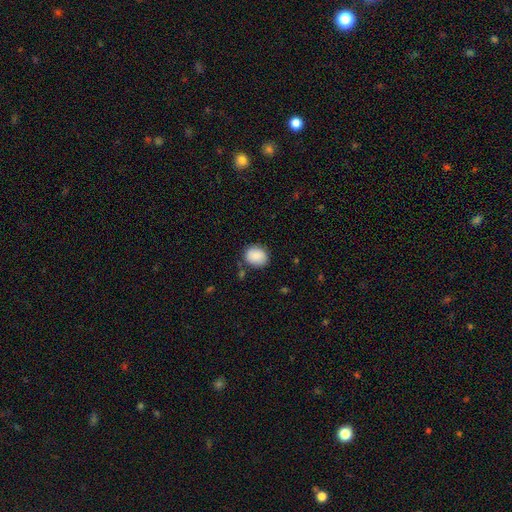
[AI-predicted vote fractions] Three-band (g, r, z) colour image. It shows a smooth galaxy with no disk features (86%) that is round (70%). Merging: none (79%).